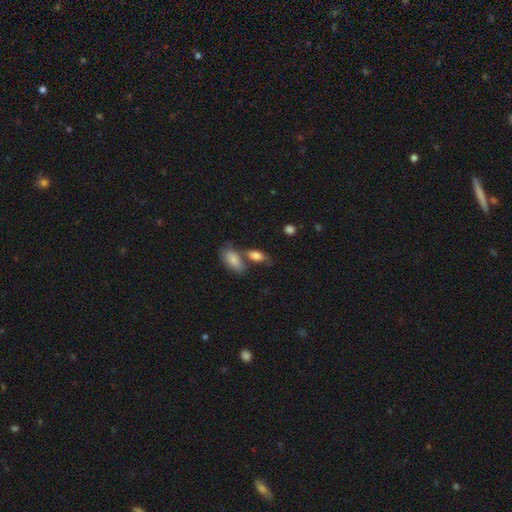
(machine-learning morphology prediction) Overall: smooth (82%). How rounded: in between (84%). Merging: none (52%; merger 29%).